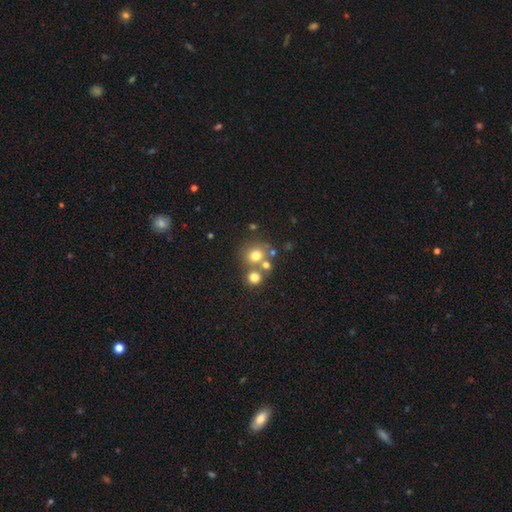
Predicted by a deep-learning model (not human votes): Smooth or featured: smooth — 71% (star or artifact — 15%)
How rounded: round — 83% (in between — 16%)
Merging: none — 56% (merger — 32%)